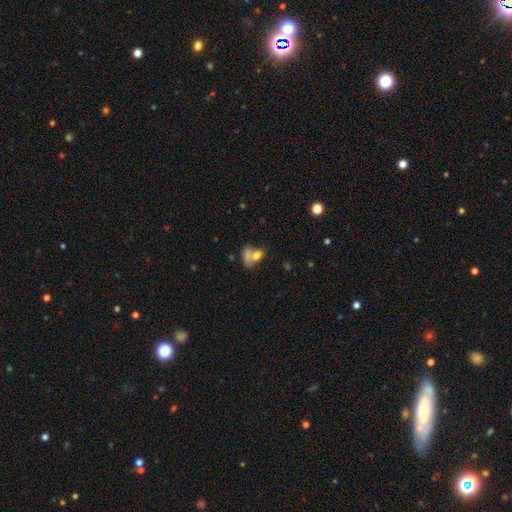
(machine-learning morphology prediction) Smooth or featured? Predicted: smooth (p=0.71). How rounded? Predicted: in between (p=0.70). Merging? Predicted: merger (p=0.46).